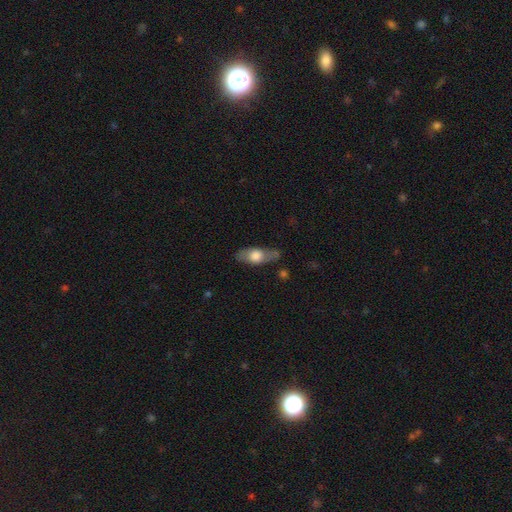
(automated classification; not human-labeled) A smooth galaxy with no disk features (59%) that is in between round and cigar-shaped (71%). Merging: none (68%).